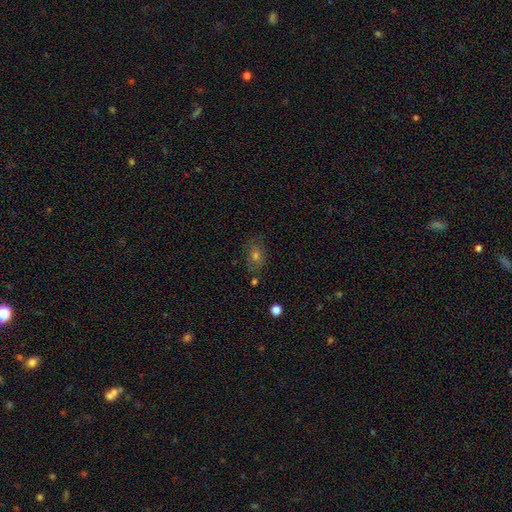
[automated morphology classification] smooth-or-featured: smooth: 56% | star or artifact: 24% | featured or disk: 20%
  how-rounded: in between: 64% | round: 34% | cigar-shaped: 2%
  merging: none: 77% | minor disturbance: 15% | major disturbance: 5% | merger: 3%